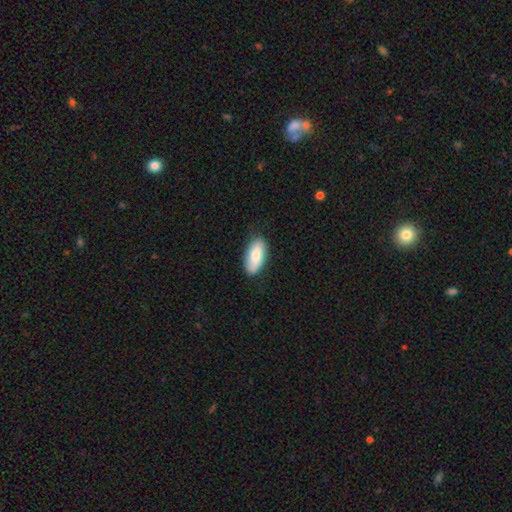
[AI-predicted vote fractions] Smooth or featured? Predicted: smooth (p=0.81). How rounded? Predicted: in between (p=0.90). Merging? Predicted: none (p=0.82).